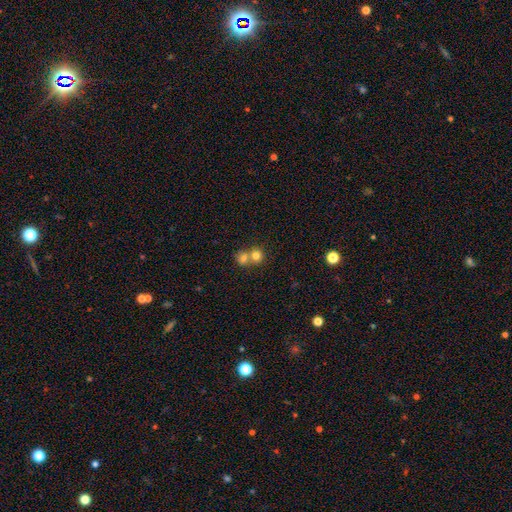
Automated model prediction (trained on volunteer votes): Smooth or featured? Predicted: smooth (p=0.76). How rounded? Predicted: round (p=0.84). Merging? Predicted: merger (p=0.56).